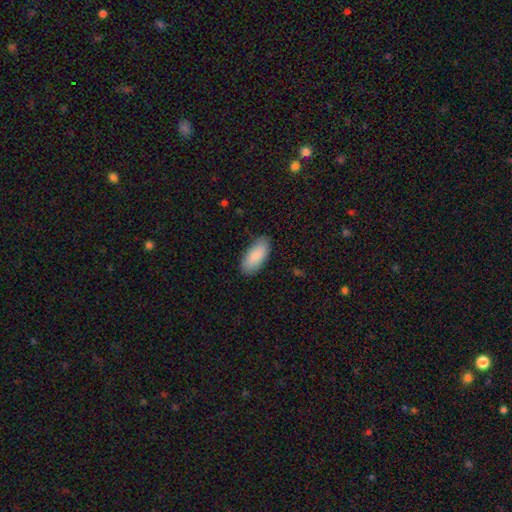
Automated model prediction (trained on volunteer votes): Overall: smooth (86%). How rounded: in between (90%). Merging: none (85%).